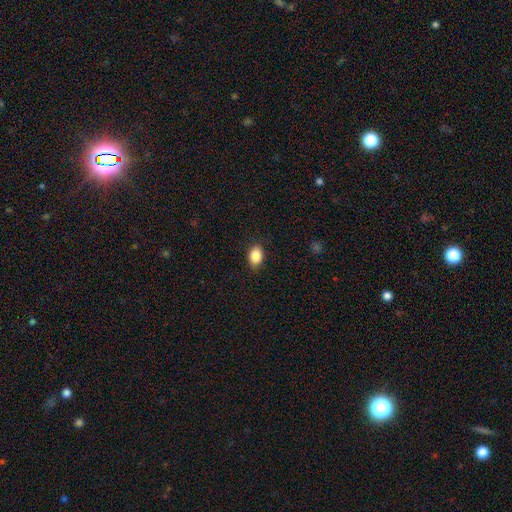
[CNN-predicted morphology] Overall: smooth (88%). How rounded: in between (81%). Merging: none (85%).